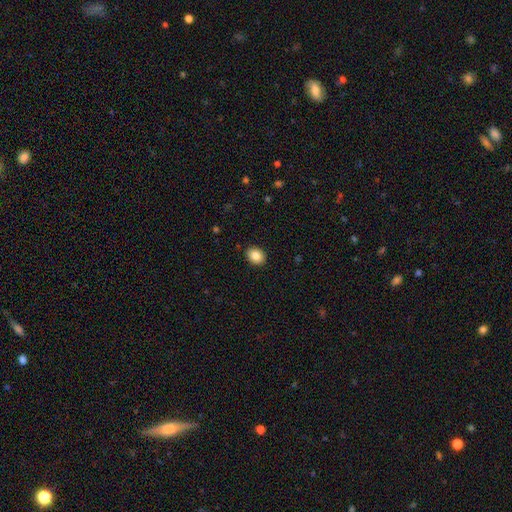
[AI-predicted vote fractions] Q: Smooth or featured?
A: smooth (85%); runner-up: star or artifact (9%)
Q: How rounded?
A: round (52%); runner-up: in between (47%)
Q: Merging?
A: none (91%); runner-up: minor disturbance (7%)